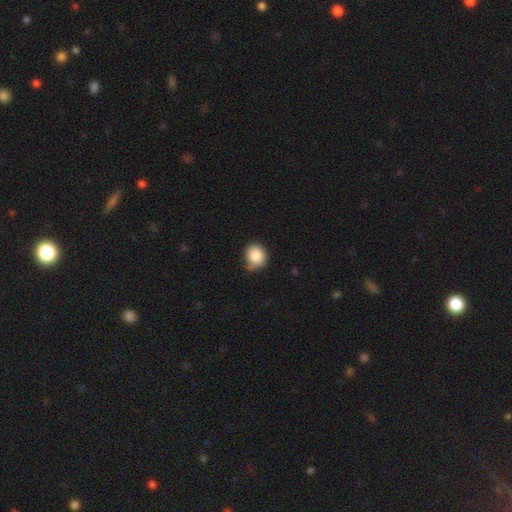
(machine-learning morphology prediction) smooth-or-featured: smooth: 86% | star or artifact: 8% | featured or disk: 6%
  how-rounded: round: 73% | in between: 26% | cigar-shaped: 1%
  merging: none: 61% | minor disturbance: 30% | major disturbance: 5% | merger: 3%